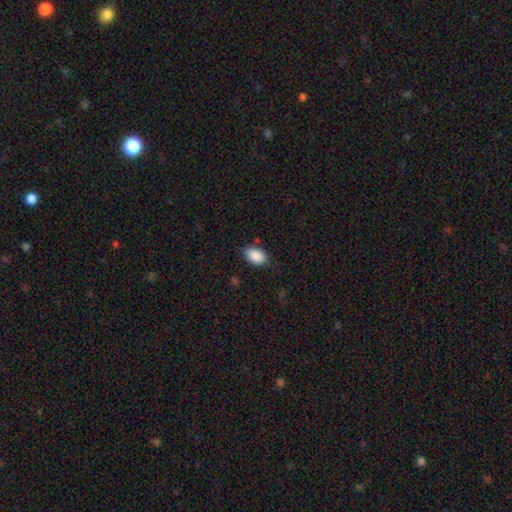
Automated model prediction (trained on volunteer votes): Overall: smooth (89%). How rounded: in between (90%). Merging: none (81%).